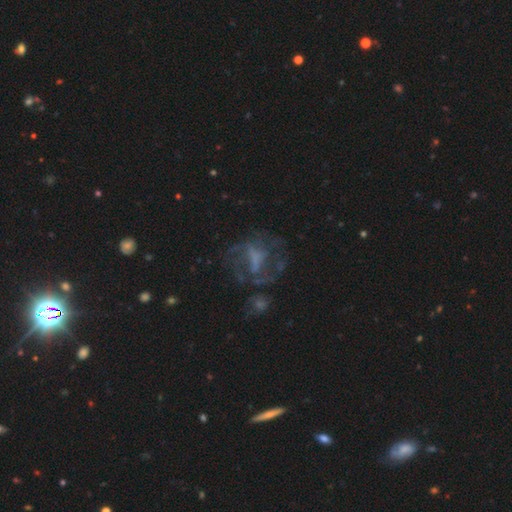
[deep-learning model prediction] smooth_or_featured: featured or disk (p=0.63) [alt: smooth p=0.19]
disk_edge_on: no (p=0.96) [alt: yes p=0.04]
bar: no (p=0.42) [alt: weak p=0.34]
has_spiral_arms: yes (p=0.52) [alt: no p=0.48]
bulge_size: none (p=0.57) [alt: small p=0.17]
merging: none (p=0.48) [alt: major disturbance p=0.31]